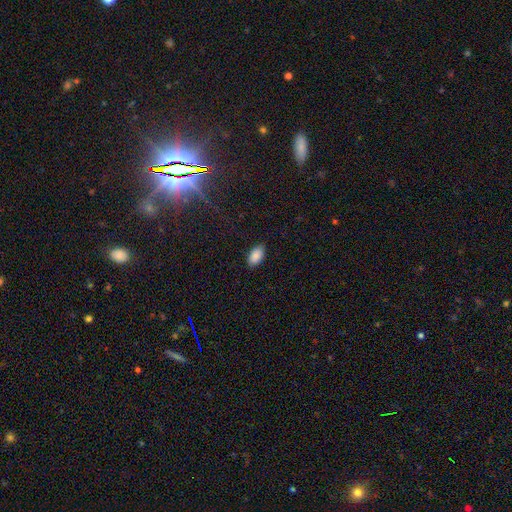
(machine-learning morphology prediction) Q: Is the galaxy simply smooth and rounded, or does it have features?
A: smooth — 89%.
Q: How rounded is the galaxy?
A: in between — 94%.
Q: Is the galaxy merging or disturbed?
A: none — 88%.